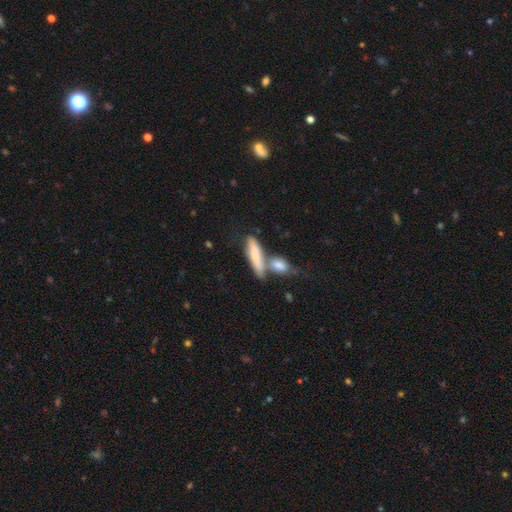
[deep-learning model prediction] This appears to be a smooth galaxy with no disk features (74%) that is cigar-shaped (63%). Merging: merger (45%).